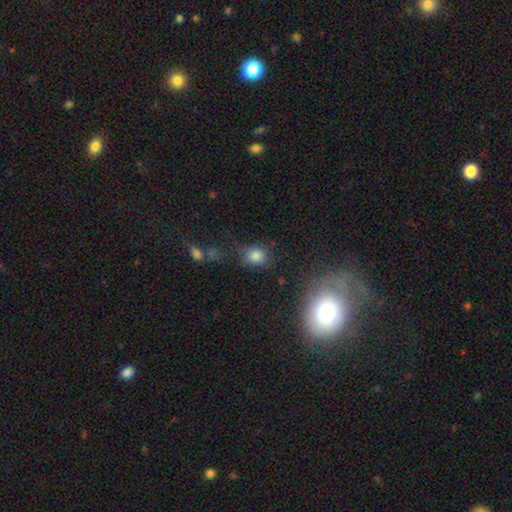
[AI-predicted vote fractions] Morphology: type=smooth (80%); roundness=round (55%); merging=none (70%).